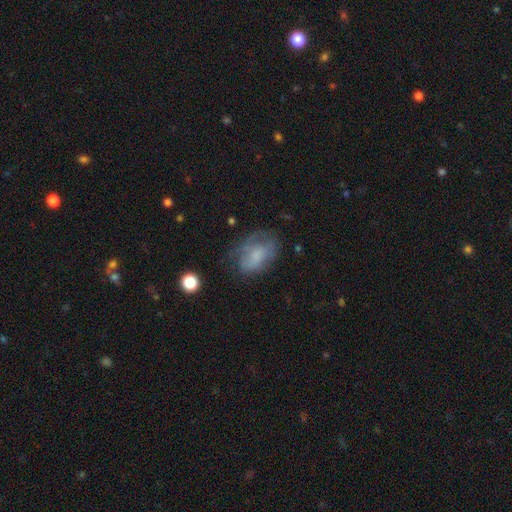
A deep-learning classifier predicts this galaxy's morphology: type=smooth (54%); roundness=in between (83%); merging=none (46%).